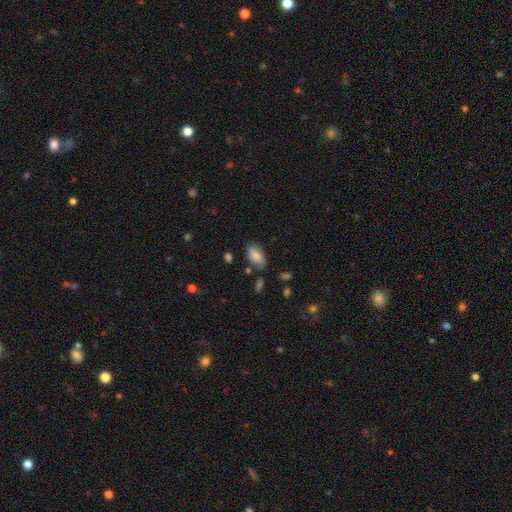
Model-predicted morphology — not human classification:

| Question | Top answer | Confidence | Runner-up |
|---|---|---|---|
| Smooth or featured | smooth | 81% | featured or disk (12%) |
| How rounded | in between | 93% | cigar-shaped (4%) |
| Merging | none | 71% | minor disturbance (19%) |